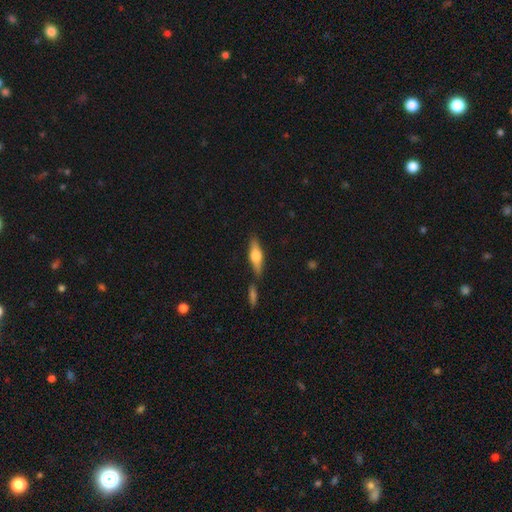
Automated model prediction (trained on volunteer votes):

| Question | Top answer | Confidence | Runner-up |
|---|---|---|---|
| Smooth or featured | featured or disk | 50% | smooth (43%) |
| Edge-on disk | yes | 91% | no (9%) |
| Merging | none | 73% | minor disturbance (12%) |